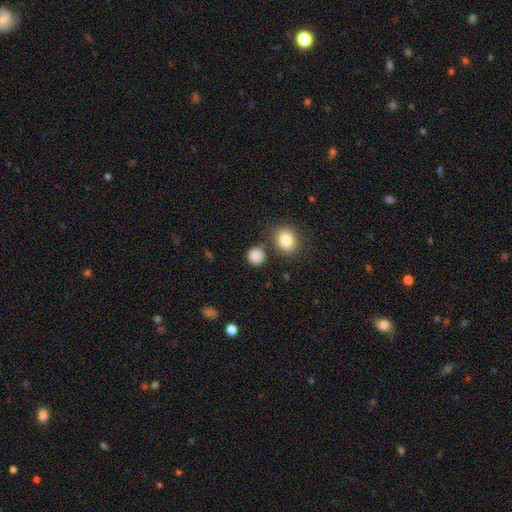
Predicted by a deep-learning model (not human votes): This appears to be a smooth galaxy with no disk features (87%) that is round (90%). Merging: none (81%).